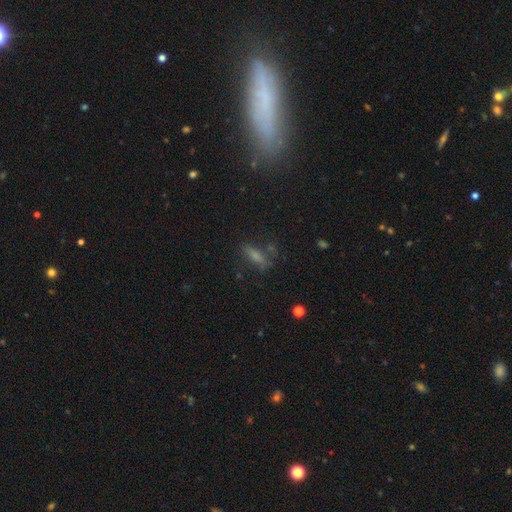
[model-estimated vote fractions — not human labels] Smooth or featured? Predicted: smooth (p=0.50). Merging? Predicted: none (p=0.67).